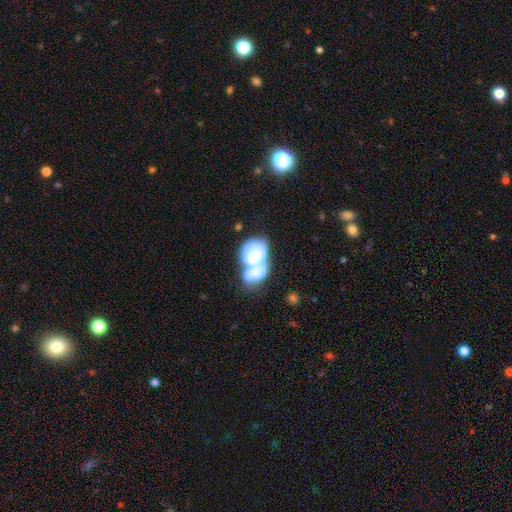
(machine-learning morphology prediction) Q: Smooth or featured?
A: smooth (47%); runner-up: featured or disk (45%)
Q: Merging?
A: merger (77%); runner-up: none (9%)